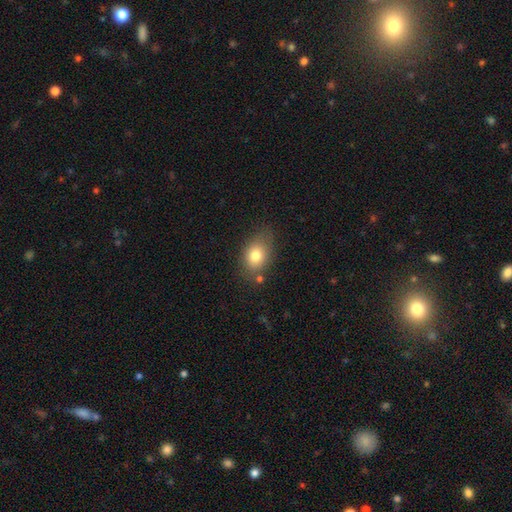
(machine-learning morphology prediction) smooth_or_featured: smooth (p=0.78) [alt: featured or disk p=0.12]
how_rounded: in between (p=0.74) [alt: round p=0.25]
merging: none (p=0.67) [alt: minor disturbance p=0.21]